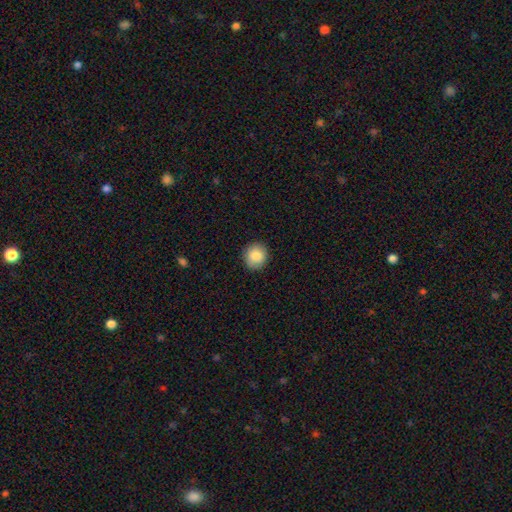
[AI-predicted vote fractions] Smooth or featured?
  - smooth: 86% *
  - star or artifact: 8%
  - featured or disk: 7%
How rounded?
  - round: 84% *
  - in between: 15%
  - cigar-shaped: 1%
Merging?
  - none: 90% *
  - minor disturbance: 7%
  - major disturbance: 2%
  - merger: 1%